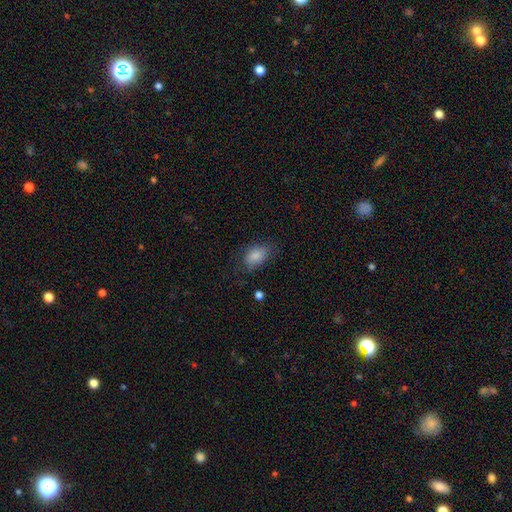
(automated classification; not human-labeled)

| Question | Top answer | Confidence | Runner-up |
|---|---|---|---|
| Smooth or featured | smooth | 84% | star or artifact (8%) |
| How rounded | in between | 86% | round (12%) |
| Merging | none | 65% | minor disturbance (24%) |